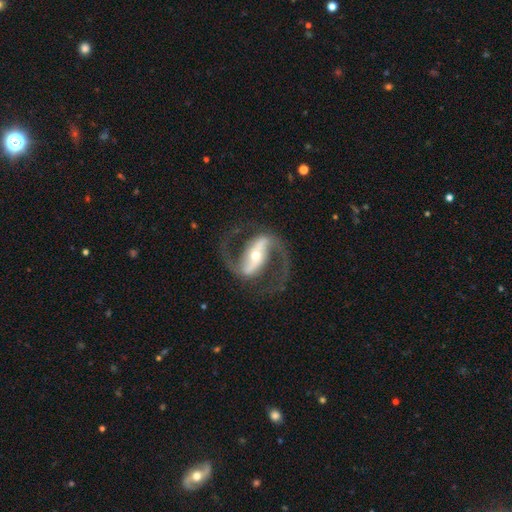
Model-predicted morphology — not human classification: Smooth or featured? featured or disk (92%)
Edge-on disk? no (96%)
Bar? strong (69%)
Spiral arms? yes (97%)
Spiral winding? medium (56%)
Spiral arm count? 2 (94%)
Bulge size? small (48%)
Merging? none (79%)